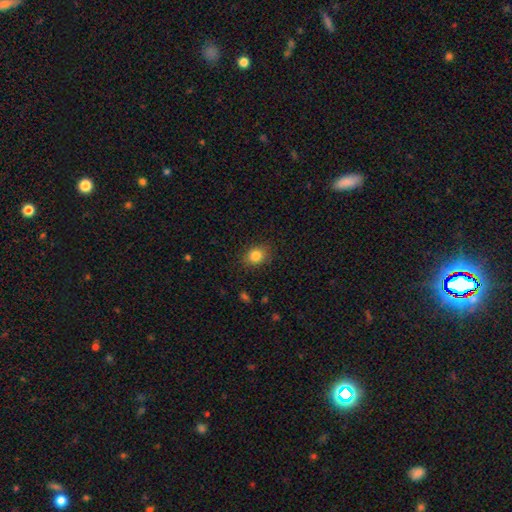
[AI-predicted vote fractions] Smooth or featured? smooth (84%)
How rounded? round (52%)
Merging? none (84%)